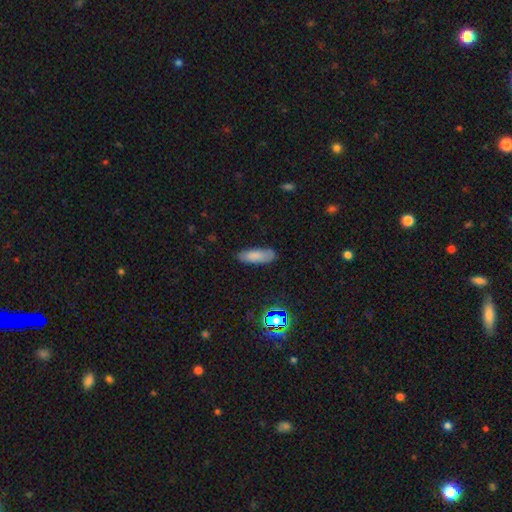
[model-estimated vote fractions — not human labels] Smooth or featured? smooth (81%)
How rounded? in between (62%)
Merging? none (80%)